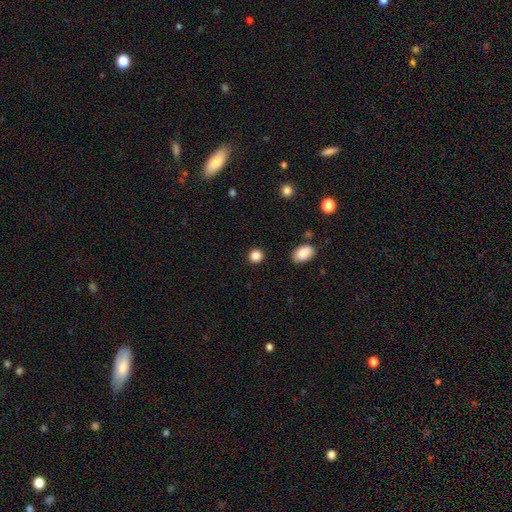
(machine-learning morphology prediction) This appears to be a smooth galaxy with no disk features (86%) that is round (85%). Merging: none (90%).